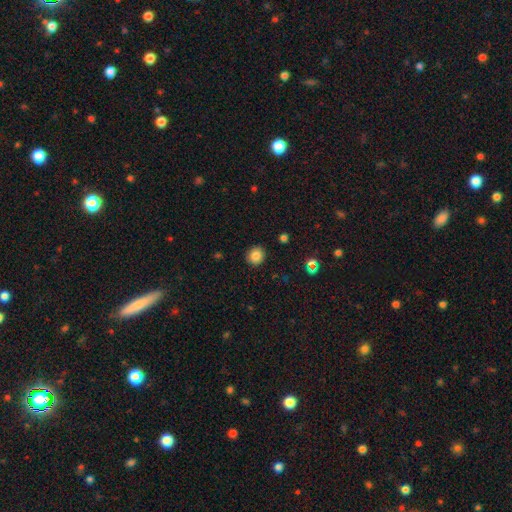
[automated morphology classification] A smooth galaxy with no disk features (84%) that is round (87%). Merging: none (91%).